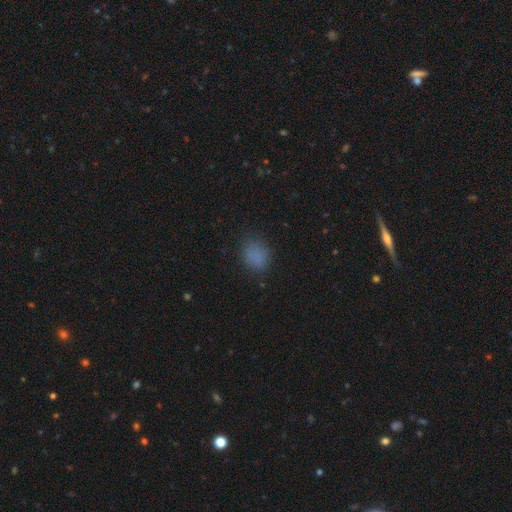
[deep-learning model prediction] The model was most divided on "how rounded": round: 52%, in between: 47%, cigar-shaped: 1%. More confident: smooth or featured — smooth (80%); merging — none (79%).